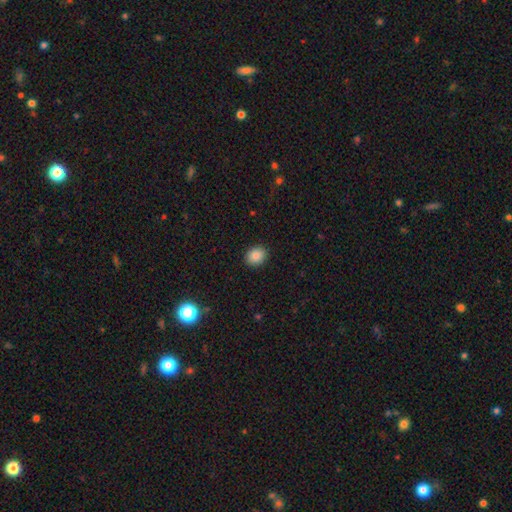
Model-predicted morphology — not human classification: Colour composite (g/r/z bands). It shows a smooth galaxy with no disk features (86%) that is round (58%). Merging: none (91%).